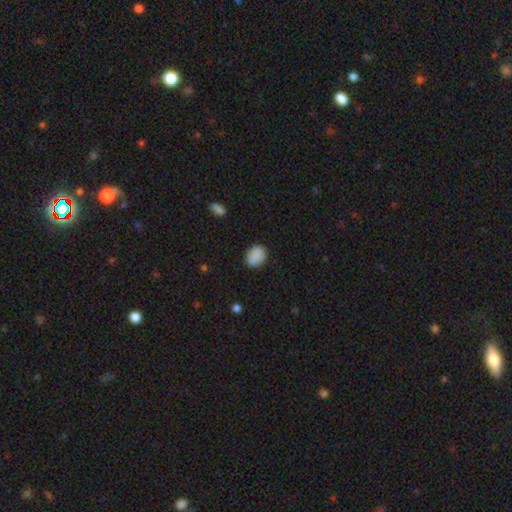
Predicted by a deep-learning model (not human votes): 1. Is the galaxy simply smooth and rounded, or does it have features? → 85% smooth, 8% star or artifact, 6% featured or disk.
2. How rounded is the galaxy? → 57% round, 42% in between, 1% cigar-shaped.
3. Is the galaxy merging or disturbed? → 79% none, 15% minor disturbance, 3% major disturbance, 3% merger.